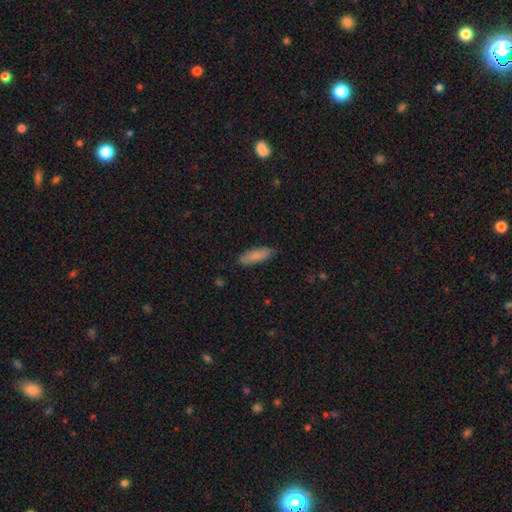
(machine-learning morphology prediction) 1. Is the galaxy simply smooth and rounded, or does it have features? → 85% smooth, 9% featured or disk, 6% star or artifact.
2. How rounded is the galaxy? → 52% in between, 46% cigar-shaped, 2% round.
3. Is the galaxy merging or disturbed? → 83% none, 13% minor disturbance, 2% major disturbance, 1% merger.